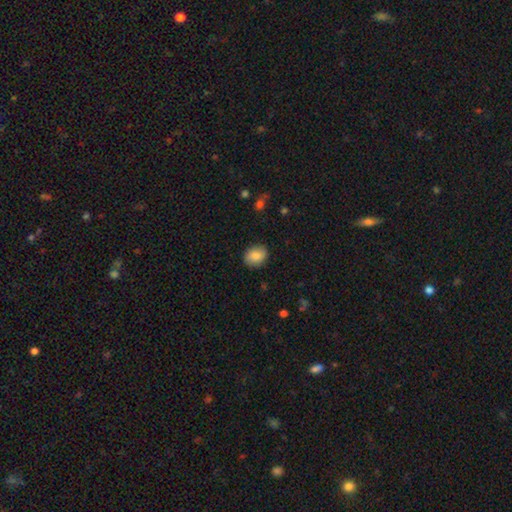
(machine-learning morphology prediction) Smooth or featured?
  - smooth: 82% *
  - featured or disk: 10%
  - star or artifact: 8%
How rounded?
  - in between: 52% *
  - round: 47%
  - cigar-shaped: 1%
Merging?
  - none: 84% *
  - minor disturbance: 12%
  - major disturbance: 3%
  - merger: 1%